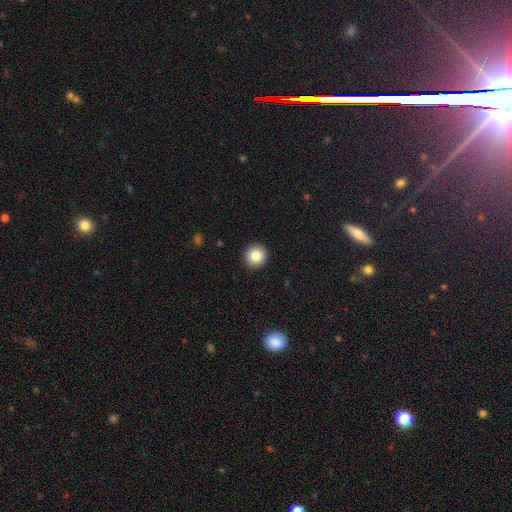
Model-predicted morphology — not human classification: A smooth galaxy with no disk features (84%) that is round (94%). Merging: none (93%).